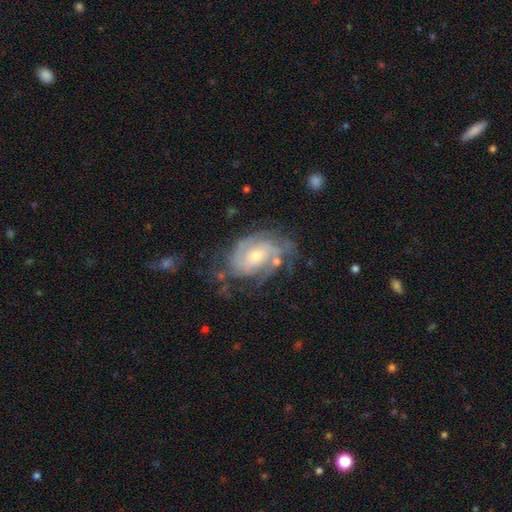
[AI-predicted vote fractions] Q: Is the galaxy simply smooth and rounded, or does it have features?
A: featured or disk — 83%.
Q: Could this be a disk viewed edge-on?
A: no — 97%.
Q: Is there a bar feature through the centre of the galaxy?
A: no — 59%.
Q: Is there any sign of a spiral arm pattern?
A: yes — 93%.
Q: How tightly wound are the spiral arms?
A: tight — 59%.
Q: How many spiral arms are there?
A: can't tell — 33%.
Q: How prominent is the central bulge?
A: small — 49%.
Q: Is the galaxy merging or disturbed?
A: none — 56%.